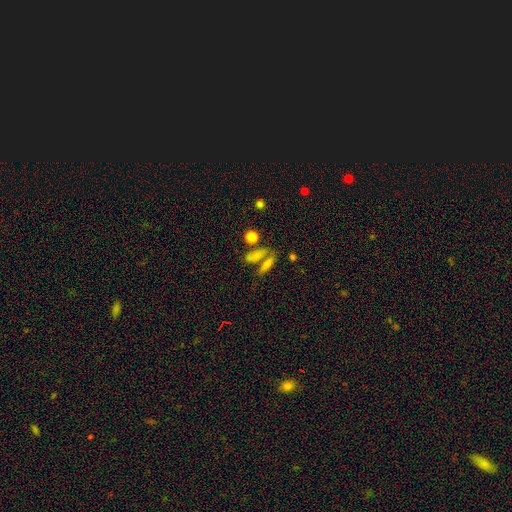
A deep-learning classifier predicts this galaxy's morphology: A smooth galaxy with no disk features (68%) that is in between round and cigar-shaped (46%).

Vote fractions:
- Smooth or featured? smooth: 68% / featured or disk: 18% / star or artifact: 14%
- How rounded? in between: 46% / cigar-shaped: 31% / round: 23%
- Merging? none: 49% / merger: 31% / minor disturbance: 12% / major disturbance: 7%